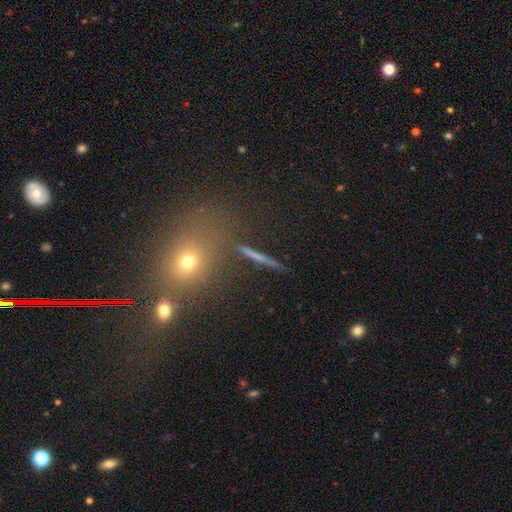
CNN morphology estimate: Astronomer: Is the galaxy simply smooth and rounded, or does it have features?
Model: smooth — 43% (runner-up: featured or disk, 36%).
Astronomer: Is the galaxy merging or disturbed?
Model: none — 84%.